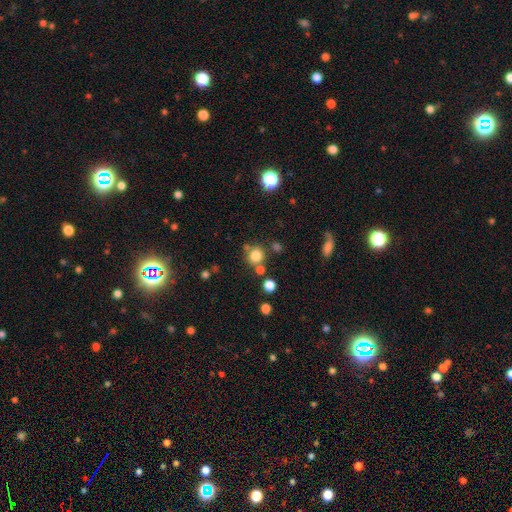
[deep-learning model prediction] smooth 80%, star or artifact 14%, featured or disk 7%. Down the decision tree: how rounded — round (88%); merging — none (71%).